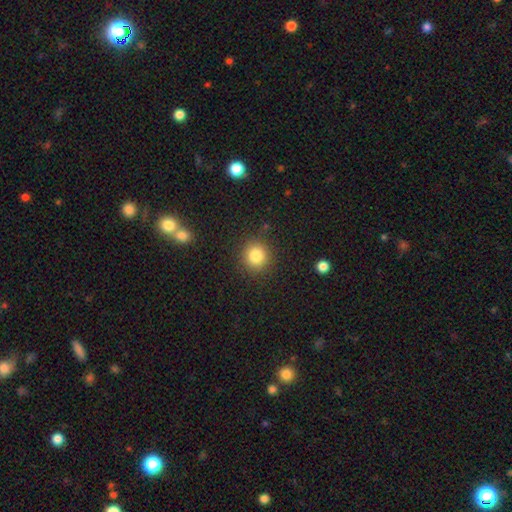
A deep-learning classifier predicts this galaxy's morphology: The model was most divided on "smooth or featured": smooth: 83%, star or artifact: 11%, featured or disk: 6%. More confident: how rounded — round (89%); merging — none (88%).